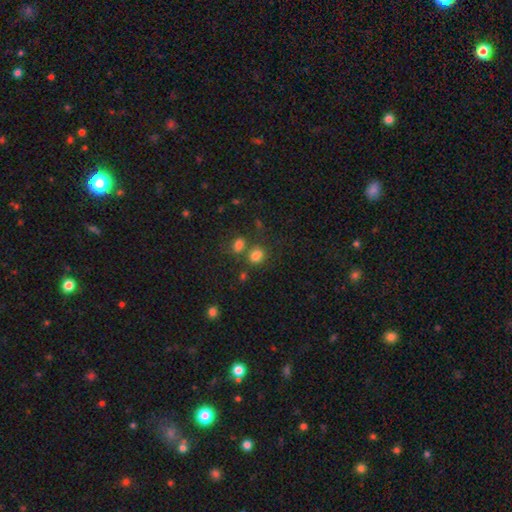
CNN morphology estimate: Overall: smooth (75%). How rounded: round (50%; in between 49%). Merging: none (51%; merger 31%).